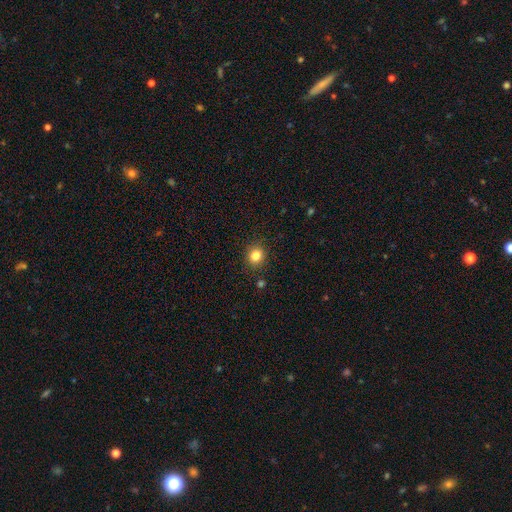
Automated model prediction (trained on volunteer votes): Smooth or featured? smooth (83%)
How rounded? round (82%)
Merging? none (88%)